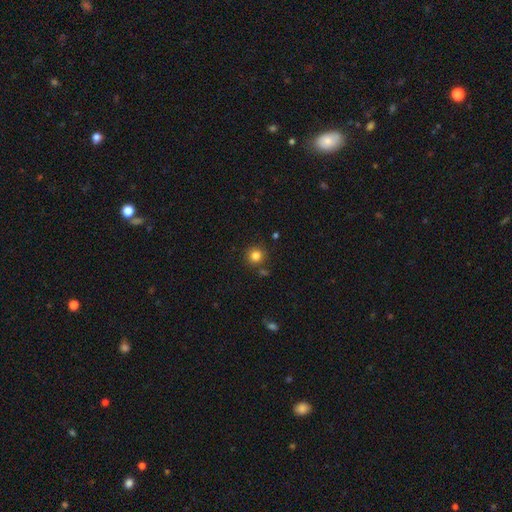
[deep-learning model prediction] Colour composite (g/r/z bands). It shows a smooth galaxy with no disk features (83%) that is round (92%). Merging: none (83%).